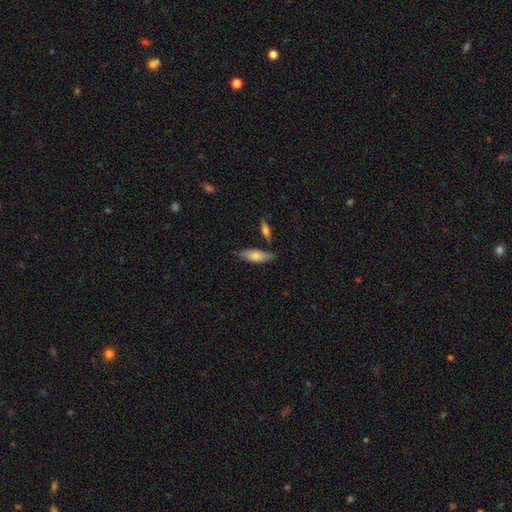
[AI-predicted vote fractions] The model was most divided on "how rounded": in between: 64%, cigar-shaped: 34%, round: 2%. More confident: smooth or featured — smooth (73%); merging — none (71%).